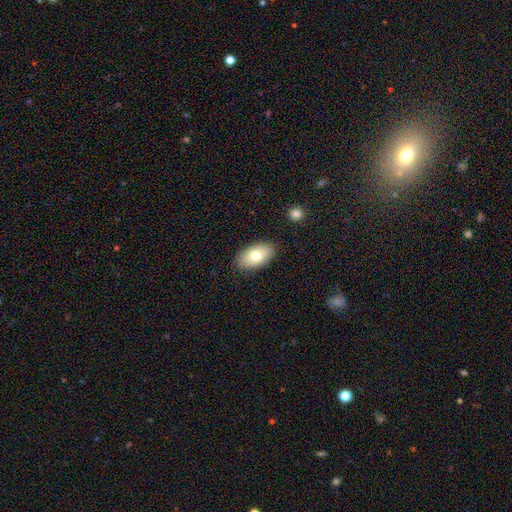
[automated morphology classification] Smooth or featured: smooth — 74% (featured or disk — 19%)
How rounded: in between — 94% (round — 4%)
Merging: none — 87% (minor disturbance — 9%)